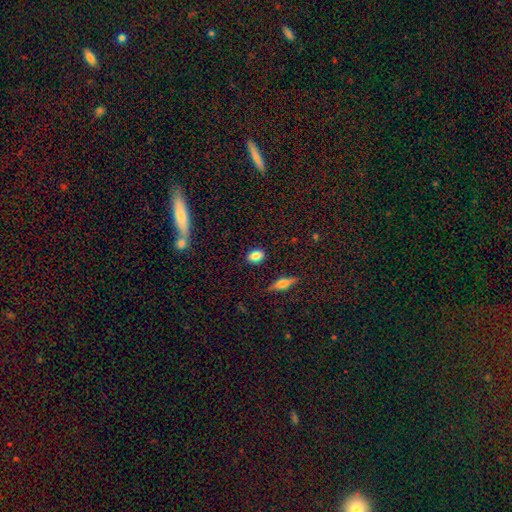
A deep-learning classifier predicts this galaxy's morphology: This appears to be a smooth galaxy with no disk features (82%) that is in between round and cigar-shaped (71%). Merging: none (87%).